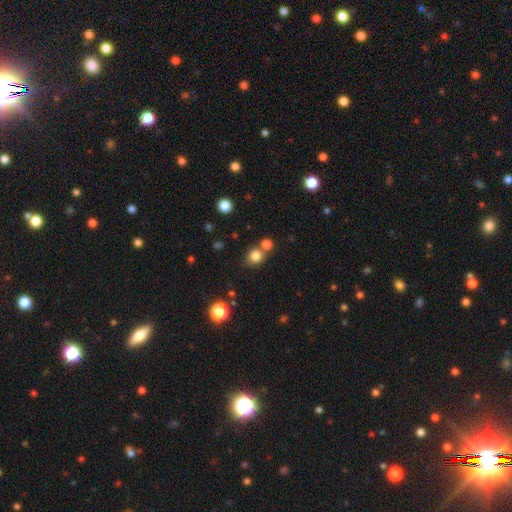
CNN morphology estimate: The model was most divided on "merging": none: 62%, merger: 26%, minor disturbance: 9%, major disturbance: 3%. More confident: smooth or featured — smooth (81%); how rounded — round (78%).